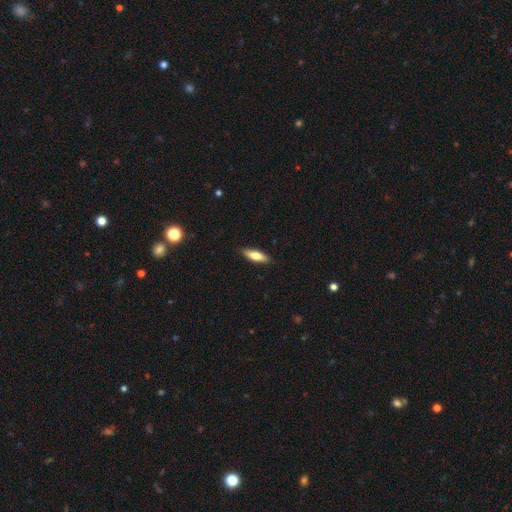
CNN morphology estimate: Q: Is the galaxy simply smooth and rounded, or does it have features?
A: smooth — 72%.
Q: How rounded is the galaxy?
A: in between — 52%.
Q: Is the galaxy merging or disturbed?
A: none — 88%.